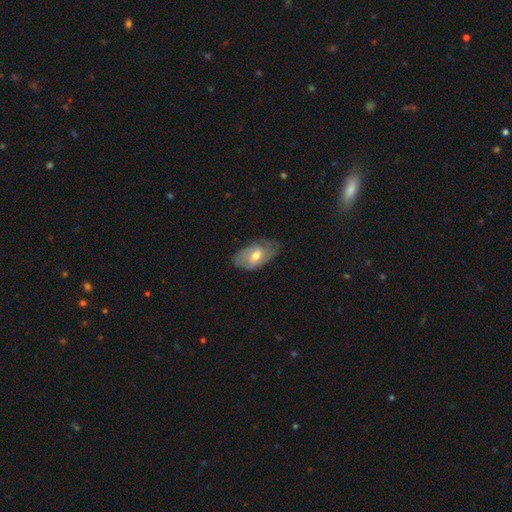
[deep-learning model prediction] The model was most divided on "smooth or featured": featured or disk: 52%, smooth: 42%, star or artifact: 6%. More confident: edge-on disk — no (92%); merging — none (57%).